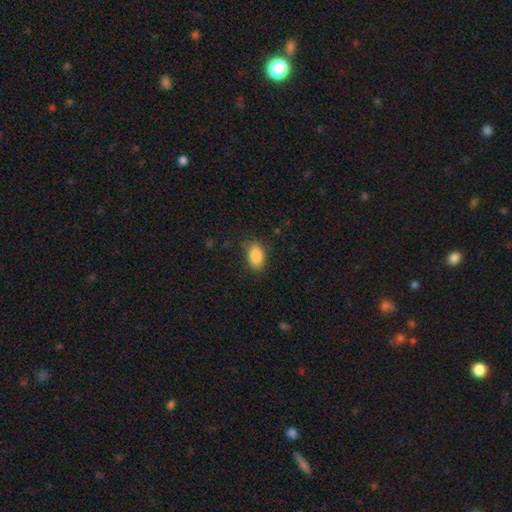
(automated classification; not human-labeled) The model was most divided on "merging": none: 80%, minor disturbance: 15%, major disturbance: 4%, merger: 1%. More confident: how rounded — in between (89%); smooth or featured — smooth (87%).